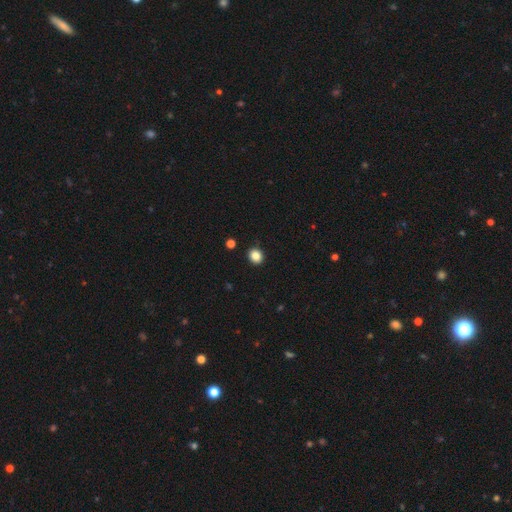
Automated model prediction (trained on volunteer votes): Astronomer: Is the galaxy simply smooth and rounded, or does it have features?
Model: smooth — 86%.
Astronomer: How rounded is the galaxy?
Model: round — 75%.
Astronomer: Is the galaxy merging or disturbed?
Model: none — 90%.